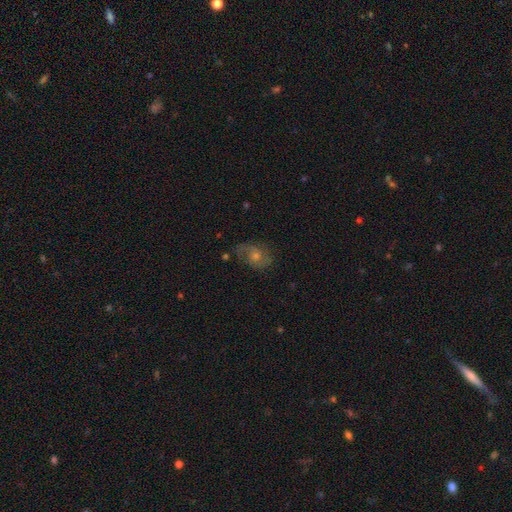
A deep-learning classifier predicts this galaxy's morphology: A featured or disk galaxy (64%) with no bar (70%), 2 (74%) medium (48%) spiral arms (89%) and a moderate central bulge (56%).

Vote fractions:
- Smooth or featured? featured or disk: 64% / smooth: 21% / star or artifact: 15%
- Edge-on disk? no: 96% / yes: 4%
- Bar? no: 70% / weak: 26% / strong: 4%
- Spiral arms? yes: 89% / no: 11%
- Spiral winding? medium: 48% / loose: 28% / tight: 24%
- Spiral arm count? 2: 74% / can't tell: 13% / 1: 8% / 3: 3% / 4: 2% / more than 4: 2%
- Bulge size? moderate: 56% / small: 35% / large: 5% / none: 3% / dominant: 1%
- Merging? none: 71% / minor disturbance: 18% / major disturbance: 9% / merger: 2%